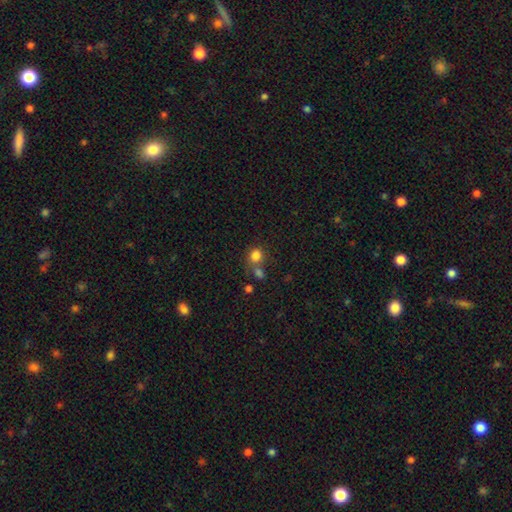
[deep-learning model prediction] A smooth galaxy with no disk features (81%) that is round (73%).

Vote fractions:
- Smooth or featured? smooth: 81% / star or artifact: 12% / featured or disk: 7%
- How rounded? round: 73% / in between: 26% / cigar-shaped: 1%
- Merging? none: 51% / merger: 30% / minor disturbance: 13% / major disturbance: 7%